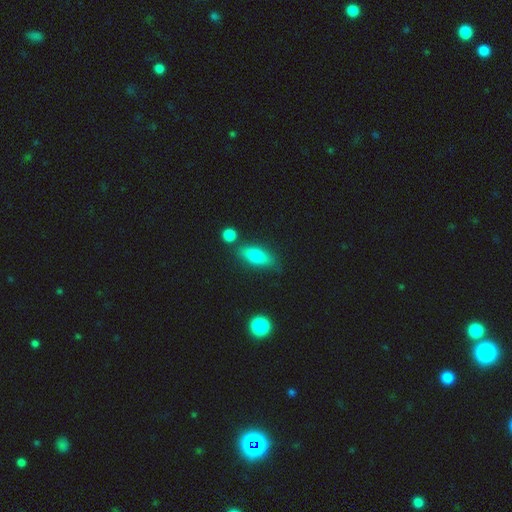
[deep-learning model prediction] A smooth galaxy with no disk features (71%) that is in between round and cigar-shaped (62%). Merging: none (75%).